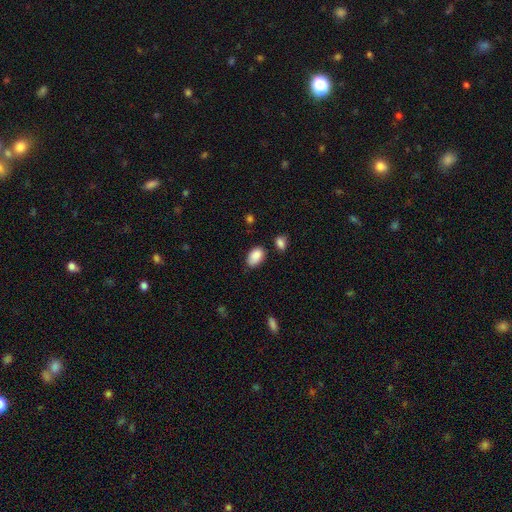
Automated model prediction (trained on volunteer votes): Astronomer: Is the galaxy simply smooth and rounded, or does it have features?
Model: smooth — 89%.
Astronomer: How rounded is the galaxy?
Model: in between — 92%.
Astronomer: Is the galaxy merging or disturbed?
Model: none — 74%.